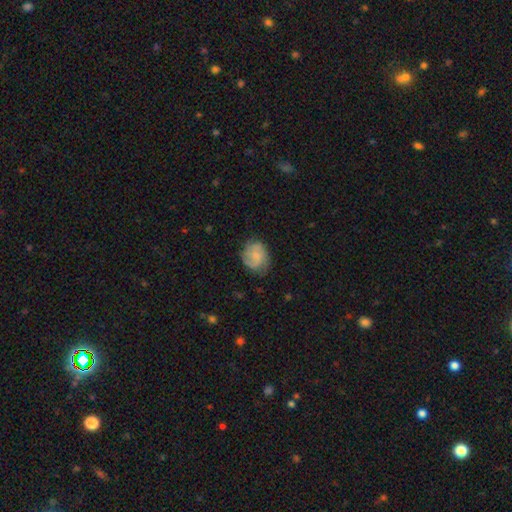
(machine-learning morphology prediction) featured or disk 54%, smooth 39%, star or artifact 7%. Down the decision tree: edge-on disk — no (98%); bar — no (67%); spiral arms — yes (88%); bulge size — small (50%); merging — none (67%).